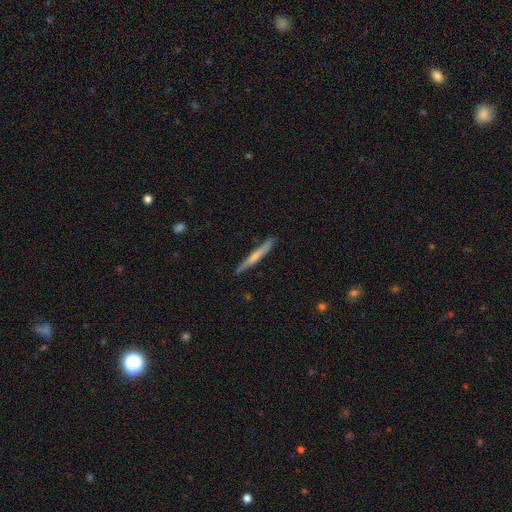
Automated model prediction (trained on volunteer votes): Smooth or featured? smooth (50%)
Merging? none (88%)